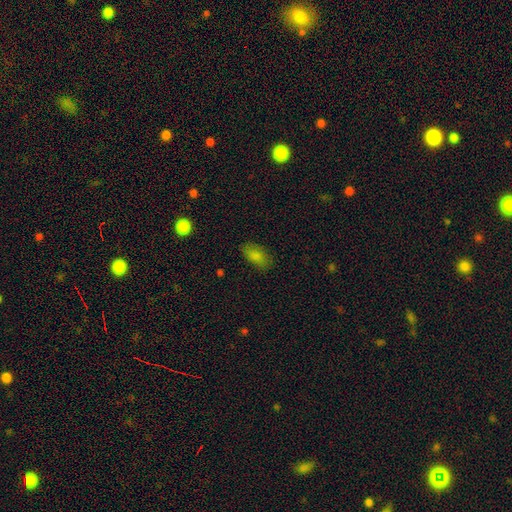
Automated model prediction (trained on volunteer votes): Smooth or featured? Predicted: smooth (p=0.83). How rounded? Predicted: in between (p=0.91). Merging? Predicted: none (p=0.81).